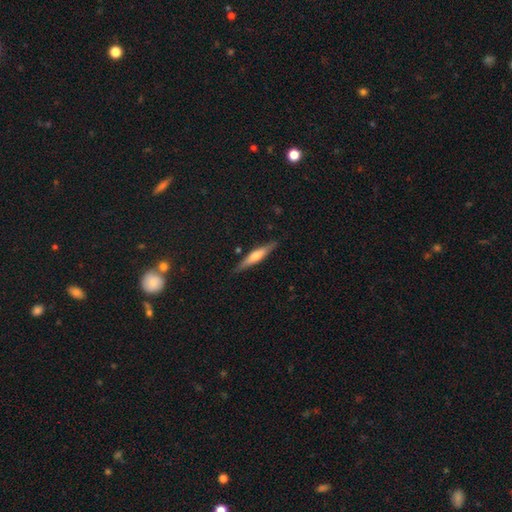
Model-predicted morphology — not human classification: Smooth or featured: featured or disk — 49% (smooth — 45%)
Merging: none — 87% (minor disturbance — 10%)